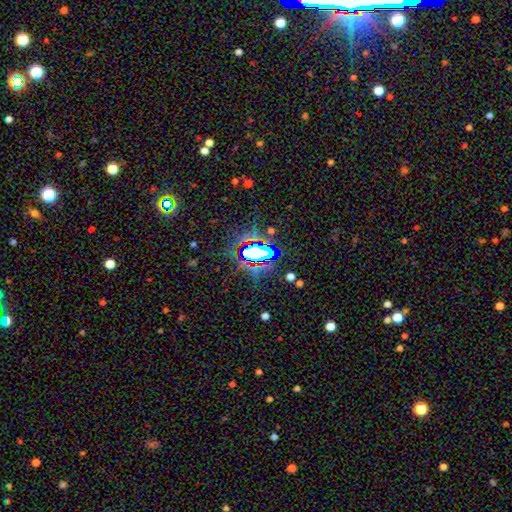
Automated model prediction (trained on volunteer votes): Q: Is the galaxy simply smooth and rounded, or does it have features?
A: star or artifact — 67%.